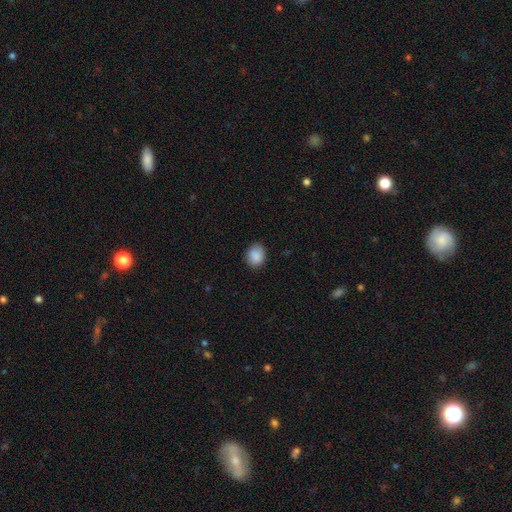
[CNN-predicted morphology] Overall: smooth (88%). How rounded: round (55%; in between 44%). Merging: none (82%).